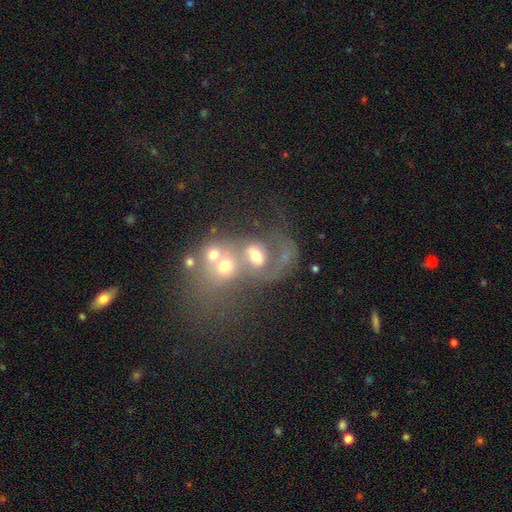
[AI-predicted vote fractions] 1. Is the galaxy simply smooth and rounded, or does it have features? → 43% smooth, 41% featured or disk, 16% star or artifact.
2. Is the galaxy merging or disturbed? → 61% merger, 16% major disturbance, 16% none, 7% minor disturbance.